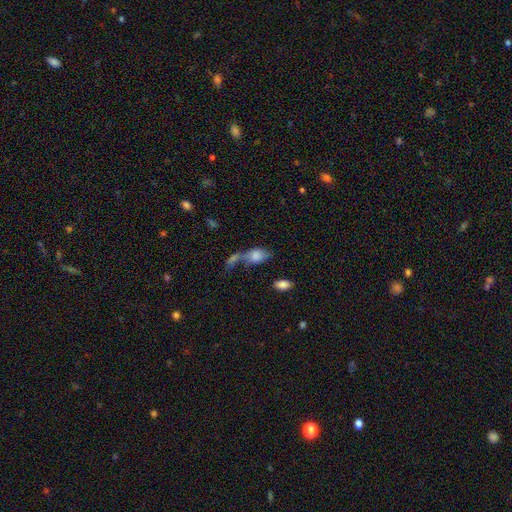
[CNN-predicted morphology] Q: Smooth or featured?
A: smooth (73%); runner-up: featured or disk (18%)
Q: How rounded?
A: in between (86%); runner-up: round (10%)
Q: Merging?
A: merger (48%); runner-up: none (22%)